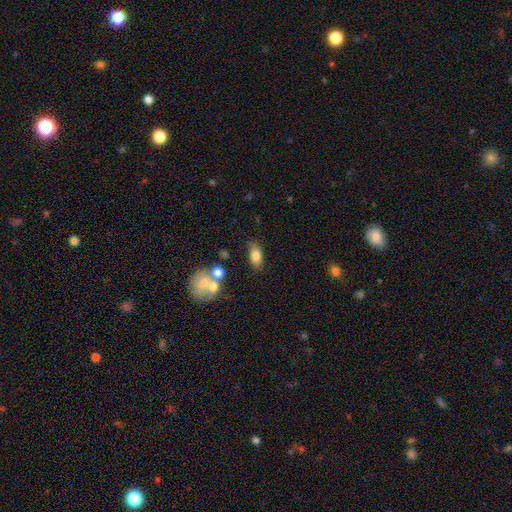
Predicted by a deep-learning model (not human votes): Smooth or featured: smooth — 76% (featured or disk — 14%)
How rounded: in between — 83% (cigar-shaped — 9%)
Merging: none — 71% (minor disturbance — 15%)